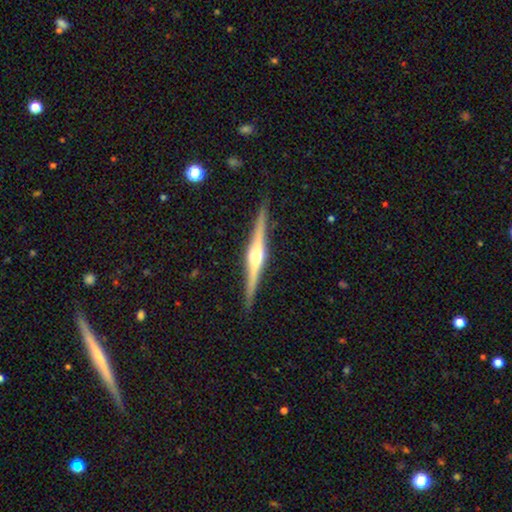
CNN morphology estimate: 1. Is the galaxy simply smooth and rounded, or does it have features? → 83% featured or disk, 12% smooth, 5% star or artifact.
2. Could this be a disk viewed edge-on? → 98% yes, 2% no.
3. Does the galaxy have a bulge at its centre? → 92% rounded, 5% boxy, 3% none.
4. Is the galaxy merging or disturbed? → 91% none, 7% minor disturbance, 1% major disturbance, 1% merger.